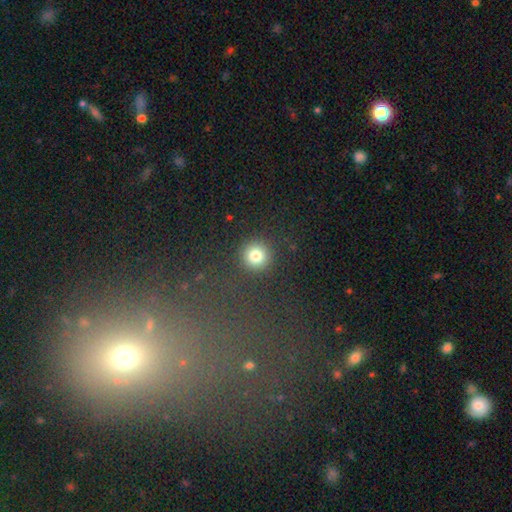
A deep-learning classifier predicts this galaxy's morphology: A smooth galaxy with no disk features (81%) that is round (94%). Merging: none (90%).